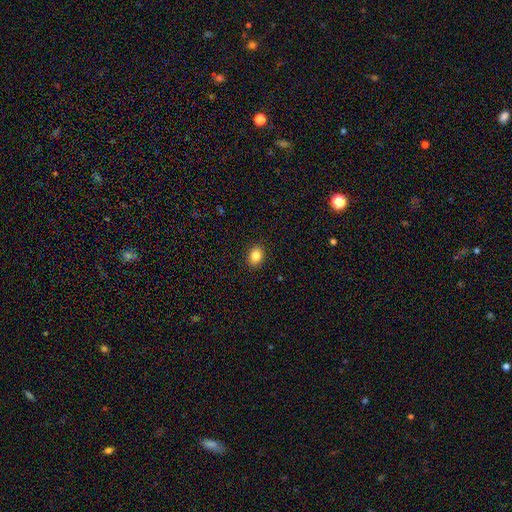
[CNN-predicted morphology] A smooth galaxy with no disk features (85%) that is in between round and cigar-shaped (58%).

Vote fractions:
- Smooth or featured? smooth: 85% / star or artifact: 10% / featured or disk: 5%
- How rounded? in between: 58% / round: 41% / cigar-shaped: 1%
- Merging? none: 91% / minor disturbance: 6% / major disturbance: 2% / merger: 1%